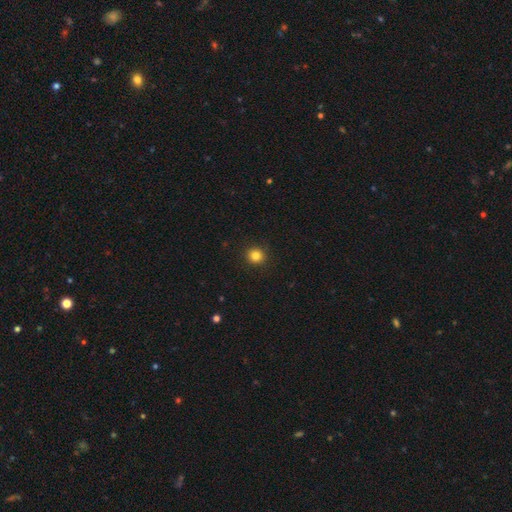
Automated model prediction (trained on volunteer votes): smooth-or-featured: smooth: 83% | star or artifact: 12% | featured or disk: 5%
  how-rounded: round: 92% | in between: 7% | cigar-shaped: 1%
  merging: none: 92% | minor disturbance: 5% | major disturbance: 2% | merger: 1%